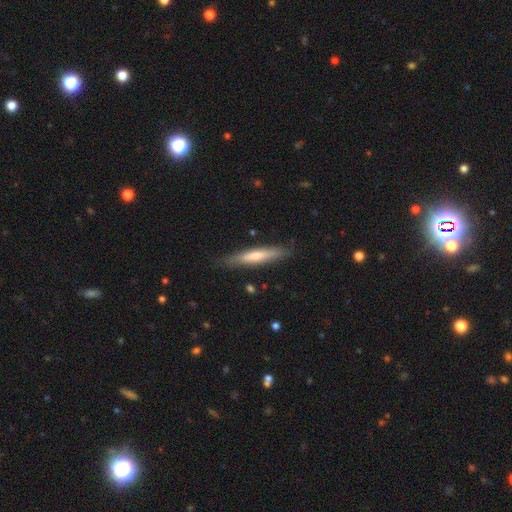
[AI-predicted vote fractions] A featured or disk galaxy (46%, tied with smooth).

Vote fractions:
- Smooth or featured? featured or disk: 46% (tied) / smooth: 46% (tied) / star or artifact: 7%
- Merging? none: 87% / minor disturbance: 10% / major disturbance: 2% / merger: 1%